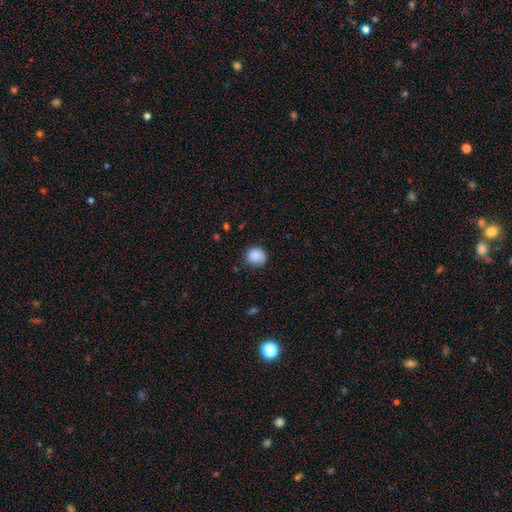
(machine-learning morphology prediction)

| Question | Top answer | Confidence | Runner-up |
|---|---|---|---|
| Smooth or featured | smooth | 87% | star or artifact (8%) |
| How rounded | round | 79% | in between (20%) |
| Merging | none | 74% | minor disturbance (20%) |